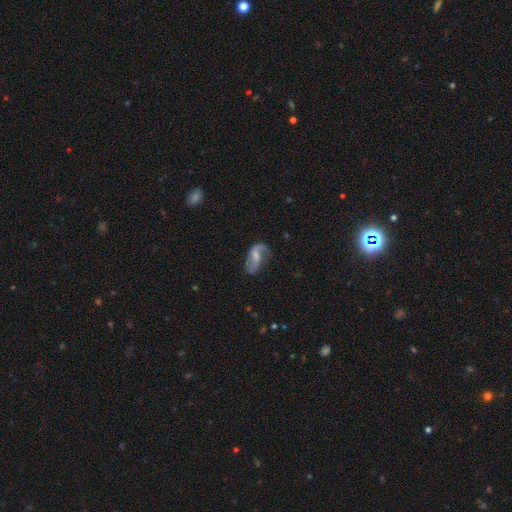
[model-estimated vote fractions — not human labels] Smooth or featured?
  - featured or disk: 69% *
  - smooth: 23%
  - star or artifact: 7%
Edge-on disk?
  - no: 97% *
  - yes: 3%
Bar?
  - weak: 49% *
  - no: 31%
  - strong: 20%
Spiral arms?
  - yes: 89% *
  - no: 11%
Spiral winding?
  - loose: 66% *
  - medium: 27%
  - tight: 7%
Spiral arm count?
  - 2: 73% *
  - 1: 20%
  - can't tell: 5%
  - 3: 1%
  - 4: 1%
  - more than 4: 1%
Bulge size?
  - small: 36% *
  - none: 32%
  - moderate: 26%
  - large: 5%
  - dominant: 1%
Merging?
  - none: 51% *
  - minor disturbance: 25%
  - major disturbance: 21%
  - merger: 3%